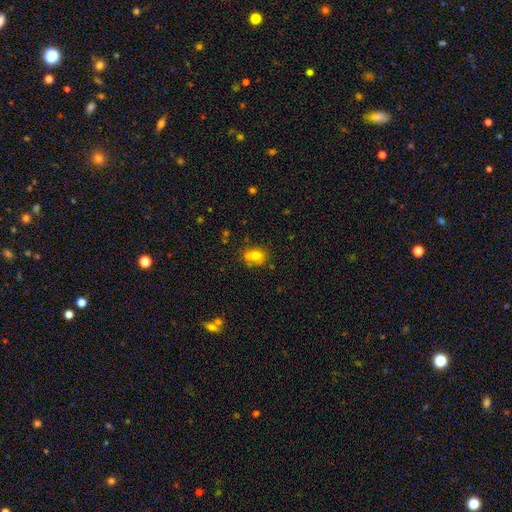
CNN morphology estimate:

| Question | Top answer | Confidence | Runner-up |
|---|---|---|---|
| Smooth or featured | smooth | 67% | featured or disk (19%) |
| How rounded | round | 73% | in between (27%) |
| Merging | merger | 48% | none (39%) |